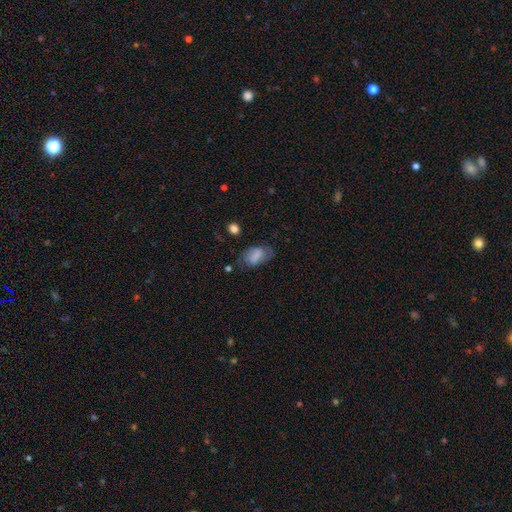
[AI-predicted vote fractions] Overall: smooth (68%). How rounded: in between (89%). Merging: none (58%; minor disturbance 27%).